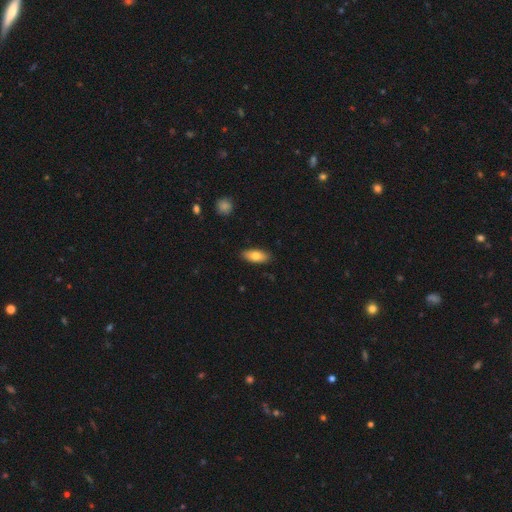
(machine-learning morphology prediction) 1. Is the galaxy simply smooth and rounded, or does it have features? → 77% smooth, 17% featured or disk, 7% star or artifact.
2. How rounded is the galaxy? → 83% in between, 14% cigar-shaped, 3% round.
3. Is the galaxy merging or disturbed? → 88% none, 9% minor disturbance, 2% major disturbance, 1% merger.